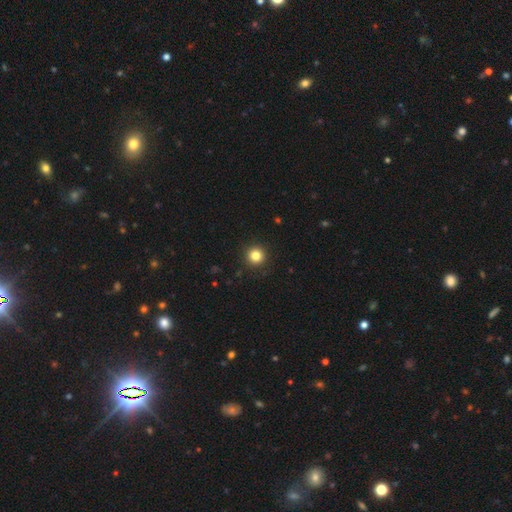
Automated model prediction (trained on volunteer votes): Smooth or featured?
  - smooth: 83% *
  - star or artifact: 12%
  - featured or disk: 5%
How rounded?
  - round: 96% *
  - in between: 3%
  - cigar-shaped: 1%
Merging?
  - none: 92% *
  - minor disturbance: 5%
  - major disturbance: 2%
  - merger: 1%